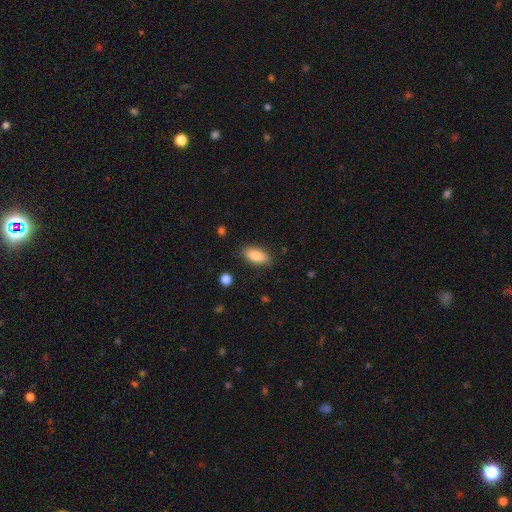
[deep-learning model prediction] This is clearly a smooth galaxy (86%). How rounded: clearly in between (87%). Merging: clearly none (85%).